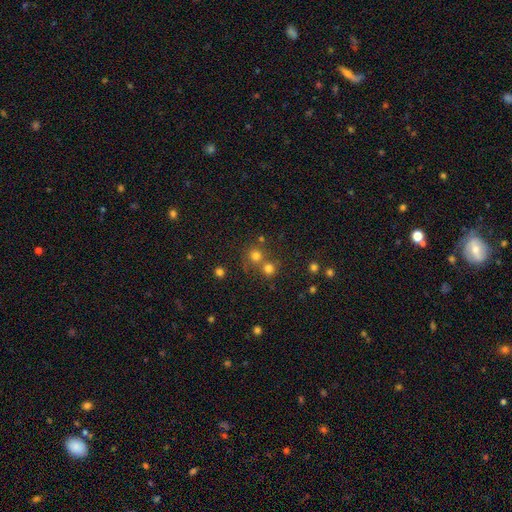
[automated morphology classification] type=smooth (74%); roundness=round (91%); merging=none (59%).